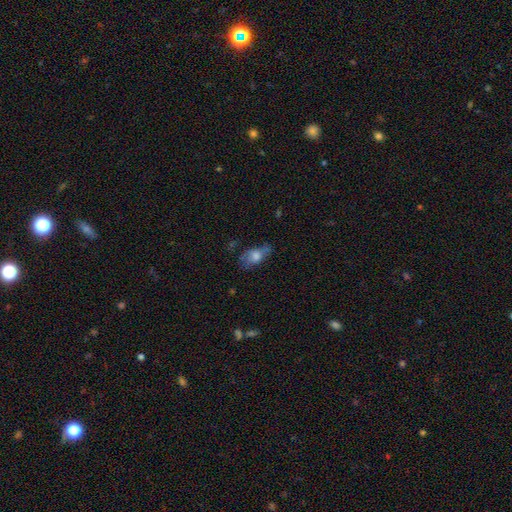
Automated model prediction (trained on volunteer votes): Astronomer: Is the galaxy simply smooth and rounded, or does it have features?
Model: smooth — 56% (runner-up: featured or disk, 34%).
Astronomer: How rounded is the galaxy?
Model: in between — 83%.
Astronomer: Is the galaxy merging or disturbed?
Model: none — 52% (runner-up: minor disturbance, 29%).